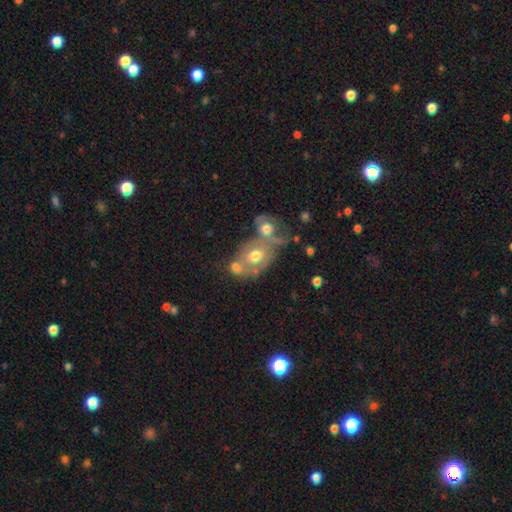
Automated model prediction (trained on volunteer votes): Smooth or featured?
  - smooth: 51% *
  - featured or disk: 38%
  - star or artifact: 10%
How rounded?
  - in between: 61% *
  - round: 38%
  - cigar-shaped: 1%
Merging?
  - merger: 52% *
  - none: 27%
  - minor disturbance: 12%
  - major disturbance: 8%